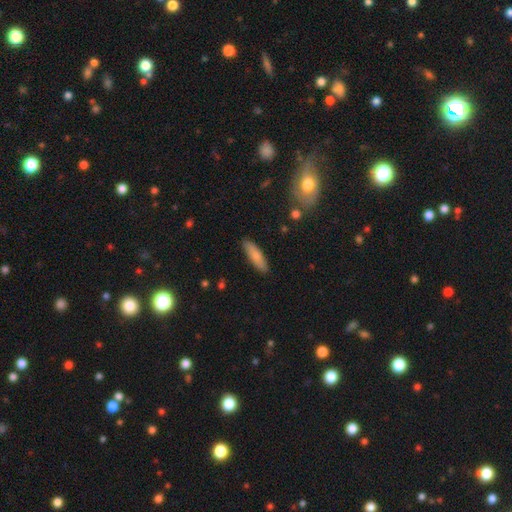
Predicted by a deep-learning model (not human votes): smooth_or_featured: smooth (p=0.80) [alt: featured or disk p=0.14]
how_rounded: cigar-shaped (p=0.61) [alt: in between p=0.37]
merging: none (p=0.88) [alt: minor disturbance p=0.09]